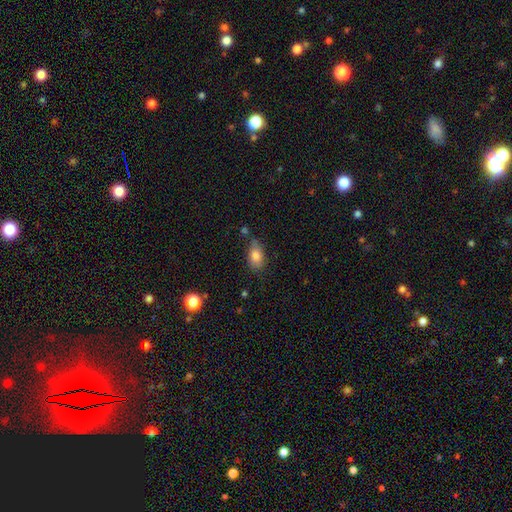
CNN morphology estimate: Smooth or featured? smooth (83%)
How rounded? in between (88%)
Merging? none (60%)